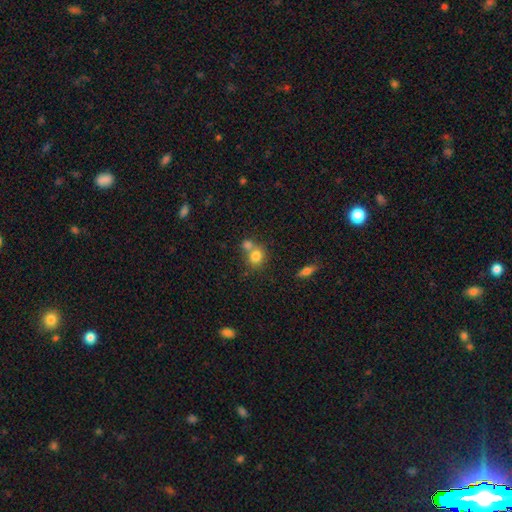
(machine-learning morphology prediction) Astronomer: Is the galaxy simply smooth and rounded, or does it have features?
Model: smooth — 80%.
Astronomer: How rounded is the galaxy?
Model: round — 67%.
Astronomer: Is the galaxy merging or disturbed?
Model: merger — 45% (runner-up: none, 43%).